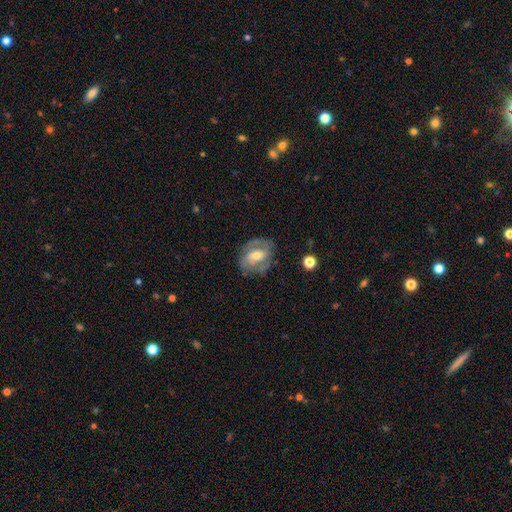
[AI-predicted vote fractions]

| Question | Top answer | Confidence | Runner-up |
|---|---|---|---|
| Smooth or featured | featured or disk | 71% | smooth (22%) |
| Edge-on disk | no | 96% | yes (4%) |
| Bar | weak | 43% | no (32%) |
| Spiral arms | yes | 79% | no (21%) |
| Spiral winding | medium | 43% | tight (41%) |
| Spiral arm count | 2 | 70% | can't tell (18%) |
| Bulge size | moderate | 65% | small (23%) |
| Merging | none | 71% | minor disturbance (19%) |